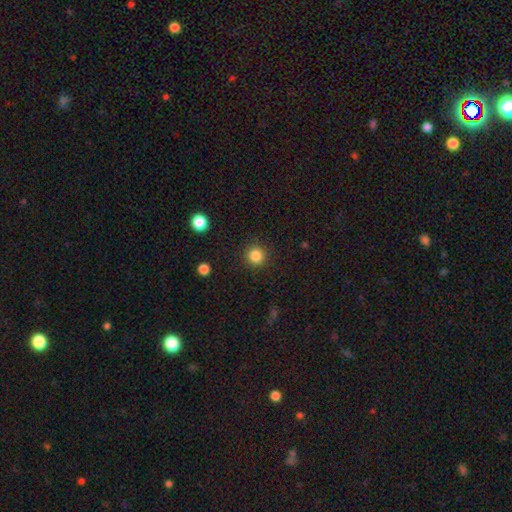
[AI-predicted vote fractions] Overall: smooth (84%). How rounded: round (94%). Merging: none (90%).